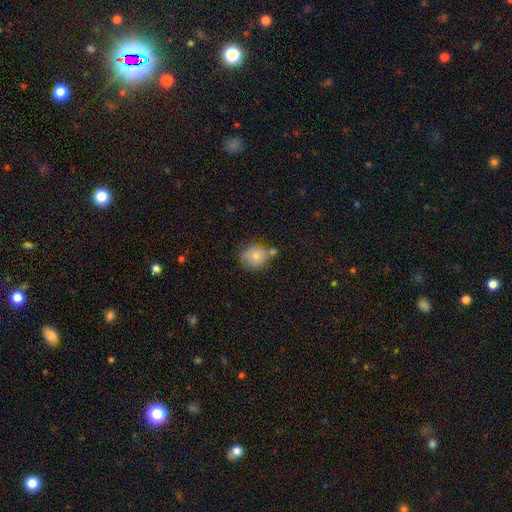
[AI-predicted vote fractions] A smooth galaxy with no disk features (69%) that is round (70%).

Vote fractions:
- Smooth or featured? smooth: 69% / featured or disk: 23% / star or artifact: 8%
- How rounded? round: 70% / in between: 29% / cigar-shaped: 1%
- Merging? none: 48% / minor disturbance: 26% / merger: 19% / major disturbance: 8%